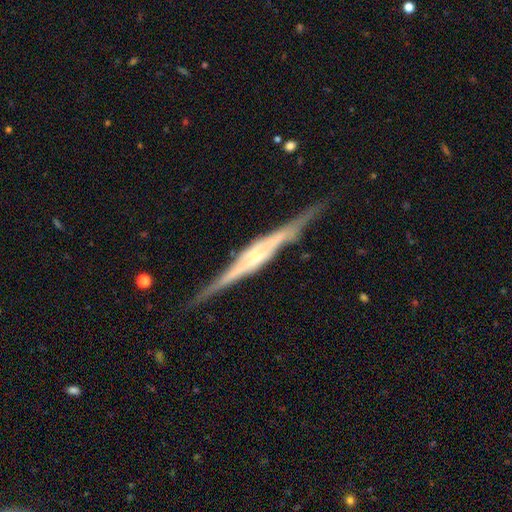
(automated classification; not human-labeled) This is clearly a featured or disk galaxy (87%). It is clearly viewed edge-on (97%). Edge-on bulge: possibly boxy (54%). Merging: clearly none (85%).